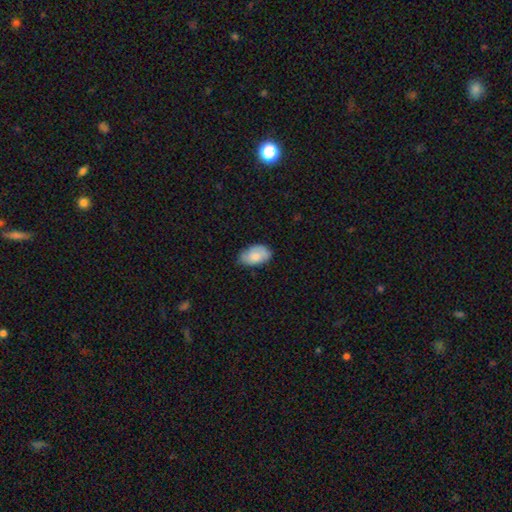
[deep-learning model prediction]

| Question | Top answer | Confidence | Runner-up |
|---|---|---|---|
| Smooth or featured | smooth | 73% | featured or disk (20%) |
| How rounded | in between | 92% | round (7%) |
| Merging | none | 70% | minor disturbance (25%) |